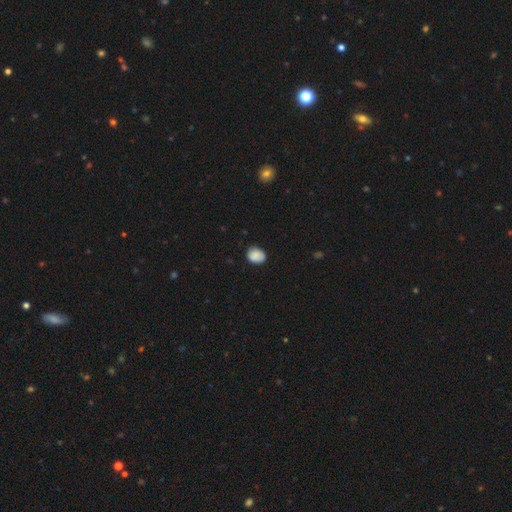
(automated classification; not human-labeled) Smooth or featured: smooth — 86% (star or artifact — 8%)
How rounded: round — 51% (in between — 48%)
Merging: none — 76% (minor disturbance — 20%)